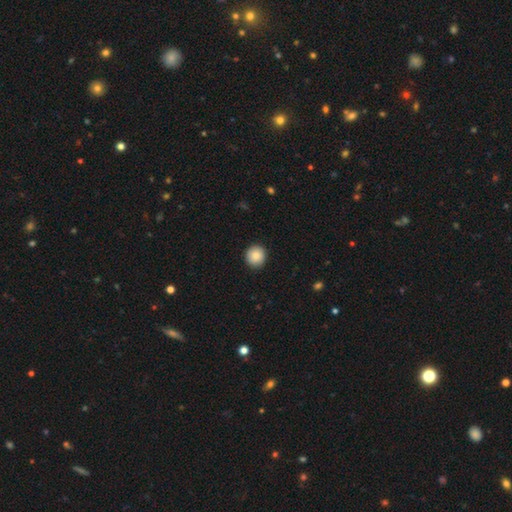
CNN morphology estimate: This appears to be a smooth galaxy with no disk features (87%) that is round (92%). Merging: none (91%).